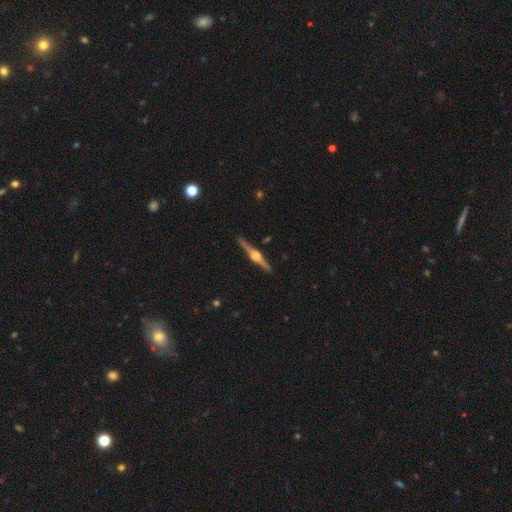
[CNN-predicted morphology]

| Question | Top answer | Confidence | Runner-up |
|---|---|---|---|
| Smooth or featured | featured or disk | 86% | smooth (9%) |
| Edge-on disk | yes | 99% | no (1%) |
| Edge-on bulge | rounded | 93% | boxy (5%) |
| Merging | none | 92% | minor disturbance (6%) |